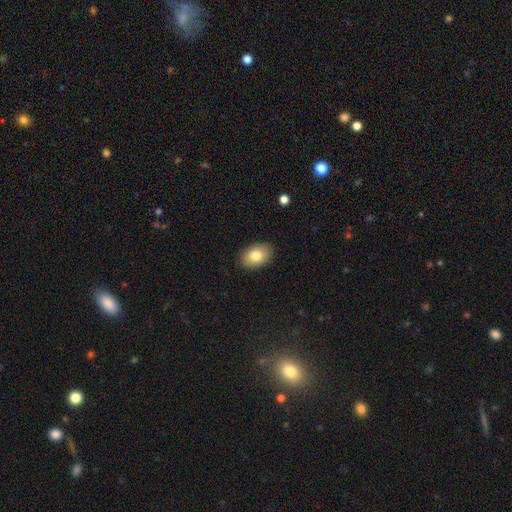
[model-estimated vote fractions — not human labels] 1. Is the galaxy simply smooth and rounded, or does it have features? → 81% smooth, 11% featured or disk, 7% star or artifact.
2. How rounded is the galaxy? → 85% in between, 14% round, 1% cigar-shaped.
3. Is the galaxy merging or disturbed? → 88% none, 9% minor disturbance, 2% major disturbance, 1% merger.